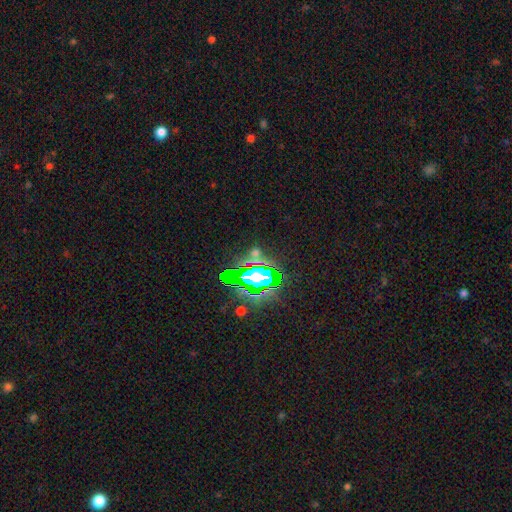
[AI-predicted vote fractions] Smooth or featured? Predicted: star or artifact (p=0.70).